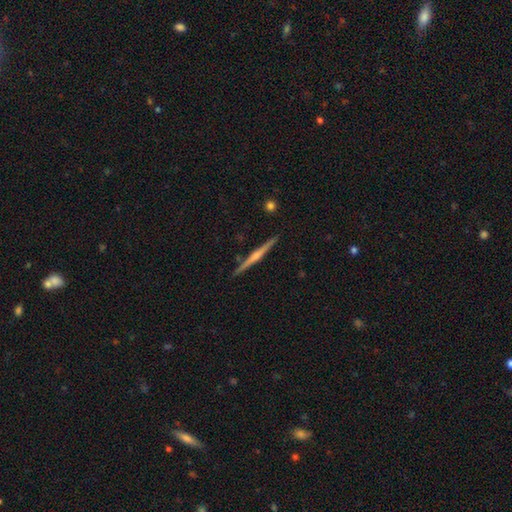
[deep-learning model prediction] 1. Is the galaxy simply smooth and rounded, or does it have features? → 71% featured or disk, 23% smooth, 6% star or artifact.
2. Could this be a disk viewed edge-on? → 98% yes, 2% no.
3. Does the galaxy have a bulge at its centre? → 71% rounded, 21% none, 8% boxy.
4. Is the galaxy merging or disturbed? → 90% none, 7% minor disturbance, 2% merger, 1% major disturbance.